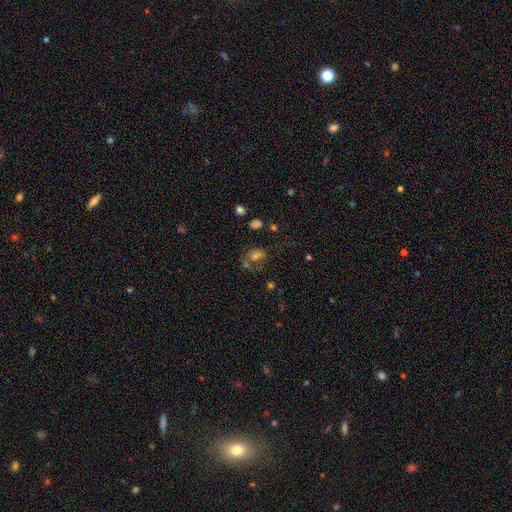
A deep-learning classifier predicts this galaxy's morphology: This is possibly a smooth galaxy (46%). Merging: marginally none (38%).